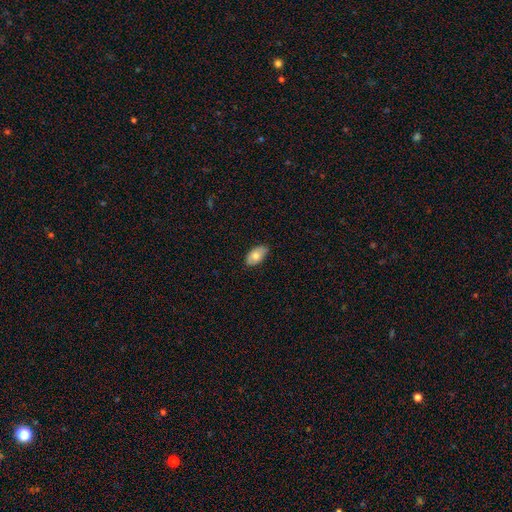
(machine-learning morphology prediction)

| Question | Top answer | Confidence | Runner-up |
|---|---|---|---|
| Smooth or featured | smooth | 74% | featured or disk (19%) |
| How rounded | in between | 94% | round (4%) |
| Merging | none | 78% | minor disturbance (19%) |